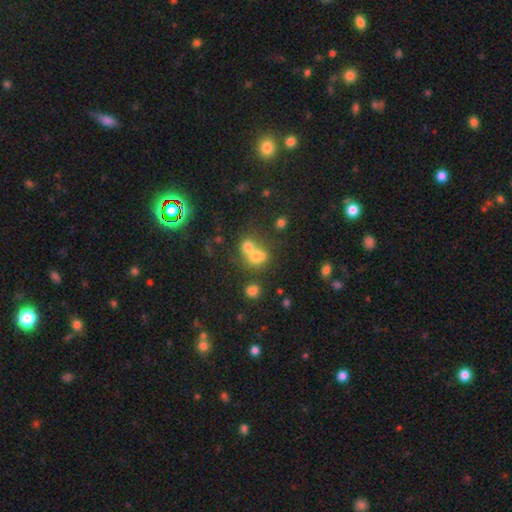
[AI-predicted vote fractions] A smooth galaxy with no disk features (64%) that is round (72%). Merging: merger (61%).